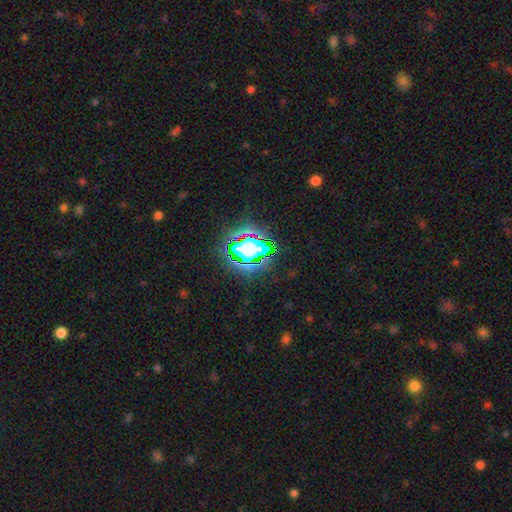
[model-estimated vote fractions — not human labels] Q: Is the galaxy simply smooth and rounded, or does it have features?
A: star or artifact — 81%.